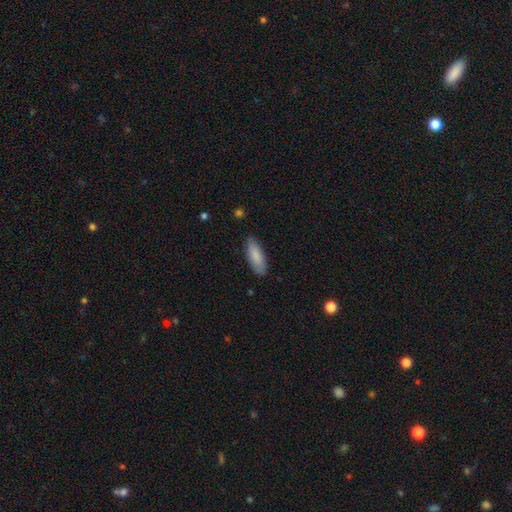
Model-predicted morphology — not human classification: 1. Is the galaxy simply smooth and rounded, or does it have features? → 86% smooth, 8% featured or disk, 6% star or artifact.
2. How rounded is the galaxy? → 64% in between, 35% cigar-shaped, 1% round.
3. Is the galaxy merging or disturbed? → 83% none, 13% minor disturbance, 2% major disturbance, 1% merger.